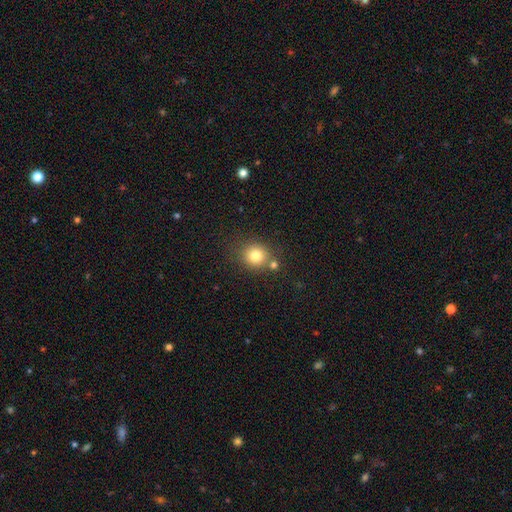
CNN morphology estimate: Q: Smooth or featured?
A: smooth (80%); runner-up: star or artifact (12%)
Q: How rounded?
A: round (87%); runner-up: in between (13%)
Q: Merging?
A: none (71%); runner-up: merger (15%)